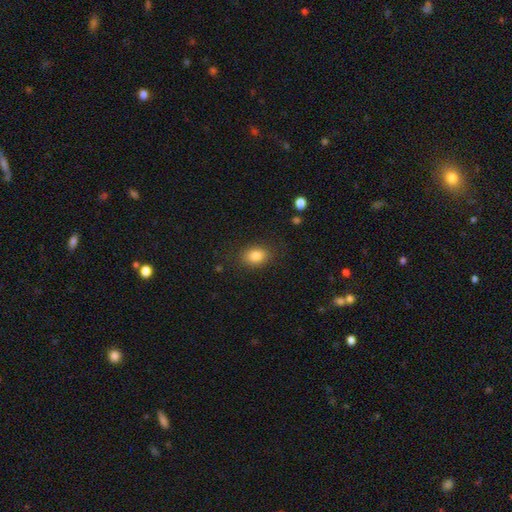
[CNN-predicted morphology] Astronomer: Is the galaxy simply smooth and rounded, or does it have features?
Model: smooth — 84%.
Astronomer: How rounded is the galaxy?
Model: in between — 68%.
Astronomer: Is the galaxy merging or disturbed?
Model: none — 83%.